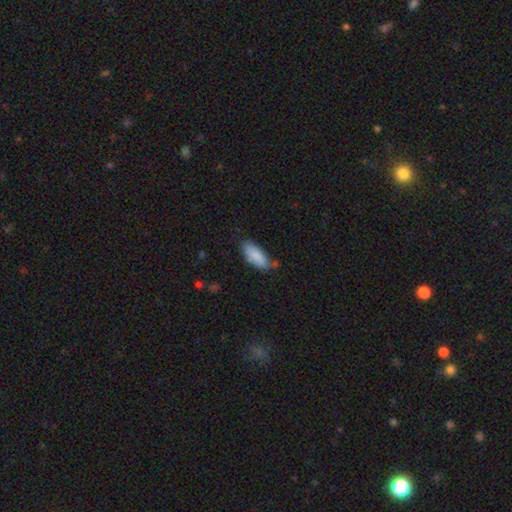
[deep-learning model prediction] smooth 86%, featured or disk 8%, star or artifact 6%. Down the decision tree: how rounded — in between (80%); merging — none (69%).